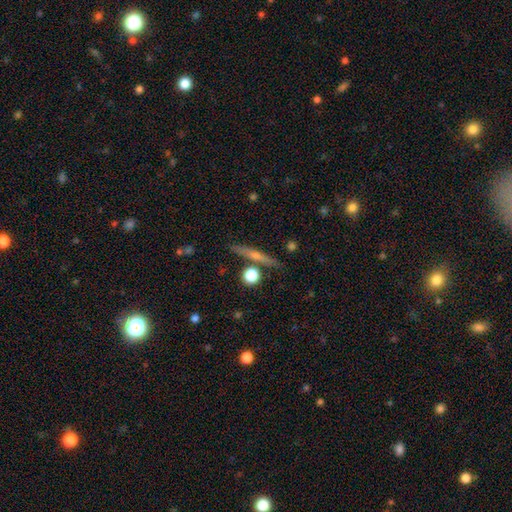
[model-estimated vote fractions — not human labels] featured or disk 58%, smooth 33%, star or artifact 8%. Down the decision tree: edge-on disk — yes (96%); edge-on bulge — rounded (71%); merging — none (84%).